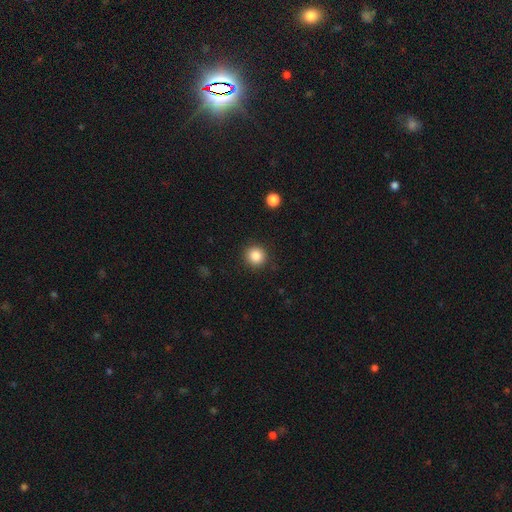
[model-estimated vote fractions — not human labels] Q: Smooth or featured?
A: smooth (86%); runner-up: star or artifact (10%)
Q: How rounded?
A: round (92%); runner-up: in between (7%)
Q: Merging?
A: none (90%); runner-up: minor disturbance (6%)